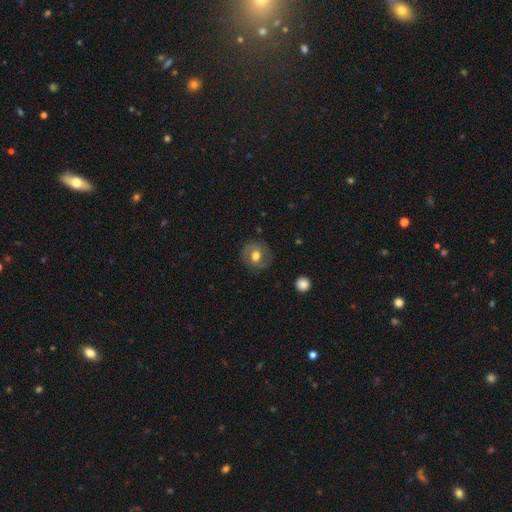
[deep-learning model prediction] Smooth or featured? Predicted: smooth (p=0.47). Merging? Predicted: none (p=0.81).